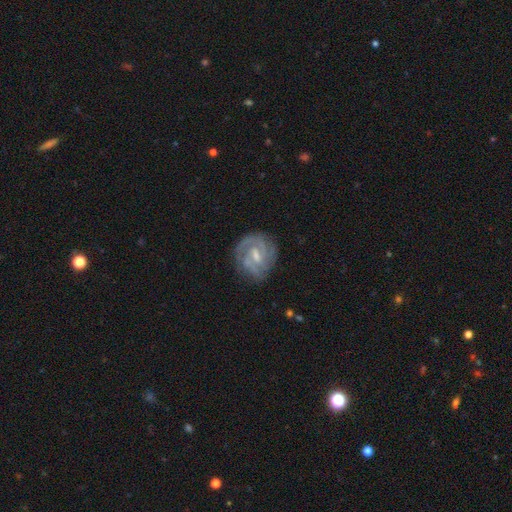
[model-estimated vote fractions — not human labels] A featured or disk galaxy (79%) with a weak bar (60%), 2 (33%) tight (56%) spiral arms (91%) and a moderate central bulge (43%). Merging: none (72%).